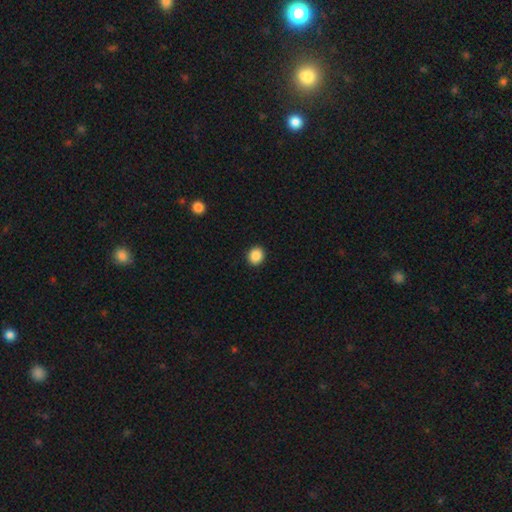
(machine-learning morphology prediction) Smooth or featured? Predicted: smooth (p=0.88). How rounded? Predicted: round (p=0.71). Merging? Predicted: none (p=0.92).